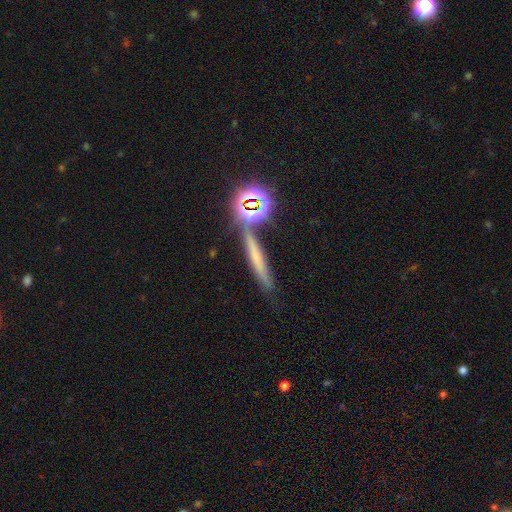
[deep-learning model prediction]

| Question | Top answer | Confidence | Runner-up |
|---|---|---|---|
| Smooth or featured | smooth | 44% | star or artifact (29%) |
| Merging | none | 71% | minor disturbance (13%) |